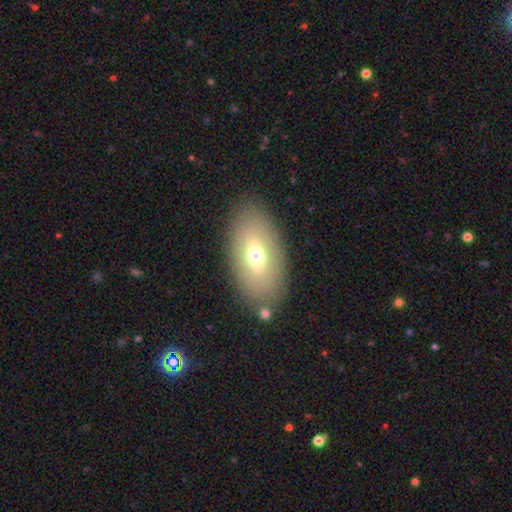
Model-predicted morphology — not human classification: smooth_or_featured: smooth (p=0.55) [alt: featured or disk p=0.37]
how_rounded: in between (p=0.92) [alt: round p=0.05]
merging: none (p=0.83) [alt: minor disturbance p=0.10]